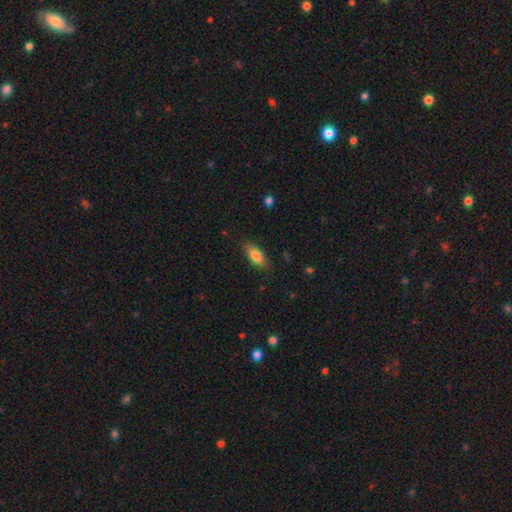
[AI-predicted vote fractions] Smooth or featured? Predicted: smooth (p=0.80). How rounded? Predicted: in between (p=0.81). Merging? Predicted: none (p=0.83).